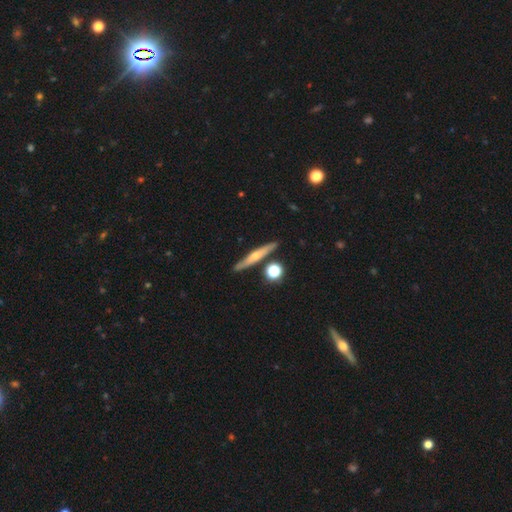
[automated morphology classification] Smooth or featured? Predicted: featured or disk (p=0.58). Edge-on disk? Predicted: yes (p=0.93). Edge-on bulge? Predicted: rounded (p=0.73). Merging? Predicted: none (p=0.84).